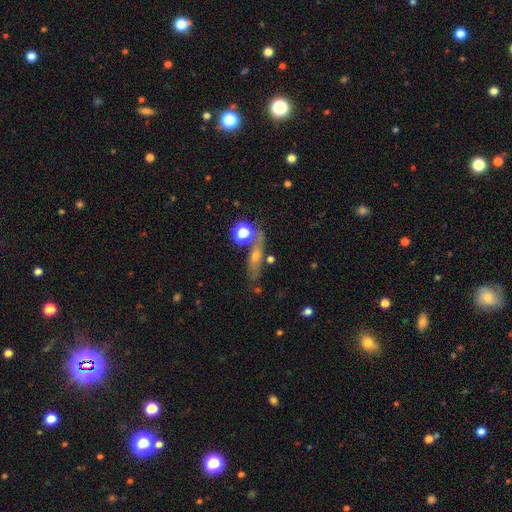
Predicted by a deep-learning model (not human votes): Smooth or featured?
  - smooth: 41% * (tied)
  - featured or disk: 41% * (tied)
  - star or artifact: 19%
Merging?
  - none: 66% *
  - minor disturbance: 15%
  - merger: 12%
  - major disturbance: 7%